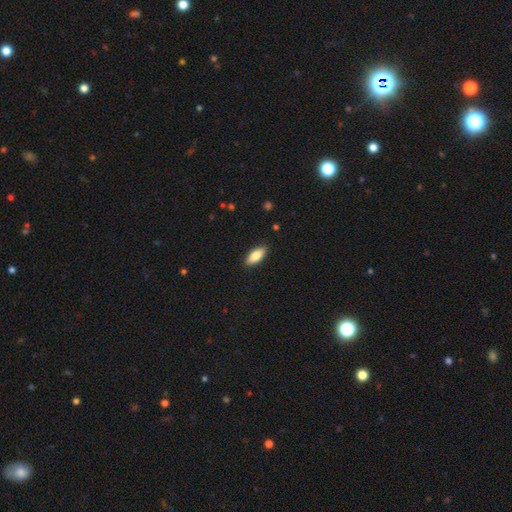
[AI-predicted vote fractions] Smooth or featured? smooth (83%)
How rounded? in between (82%)
Merging? none (89%)